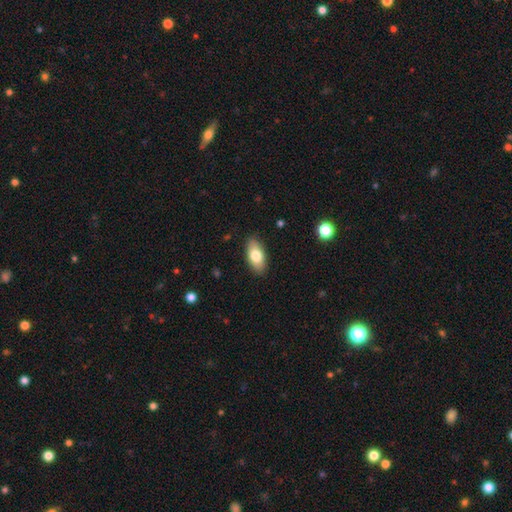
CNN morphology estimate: Smooth or featured? smooth (78%)
How rounded? in between (90%)
Merging? none (88%)